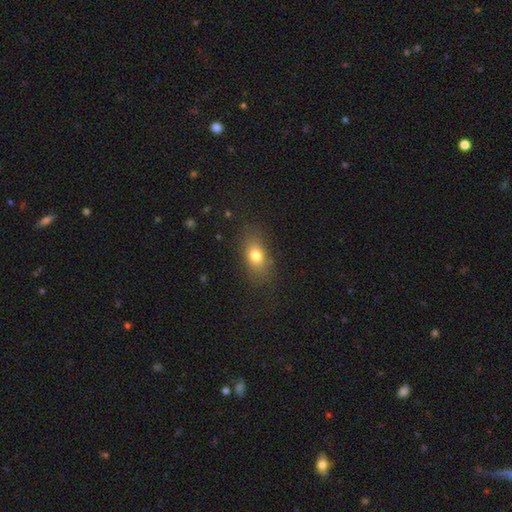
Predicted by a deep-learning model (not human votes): Smooth or featured?
  - smooth: 77% *
  - featured or disk: 12%
  - star or artifact: 11%
How rounded?
  - in between: 78% *
  - round: 18%
  - cigar-shaped: 5%
Merging?
  - none: 77% *
  - minor disturbance: 15%
  - major disturbance: 7%
  - merger: 1%